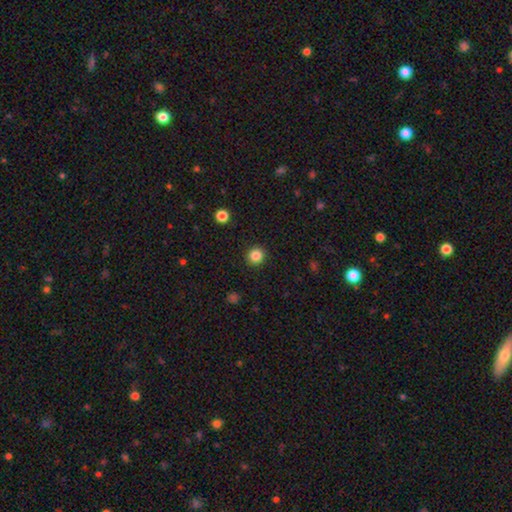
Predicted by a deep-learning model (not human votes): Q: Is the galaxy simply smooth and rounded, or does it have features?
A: smooth — 85%.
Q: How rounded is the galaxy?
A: round — 92%.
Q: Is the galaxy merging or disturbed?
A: none — 92%.